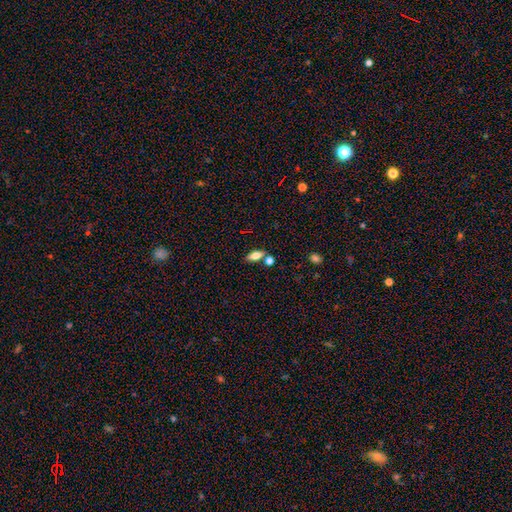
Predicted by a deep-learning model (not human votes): The model was most divided on "smooth or featured": smooth: 66%, featured or disk: 23%, star or artifact: 10%. More confident: merging — none (72%); how rounded — in between (71%).